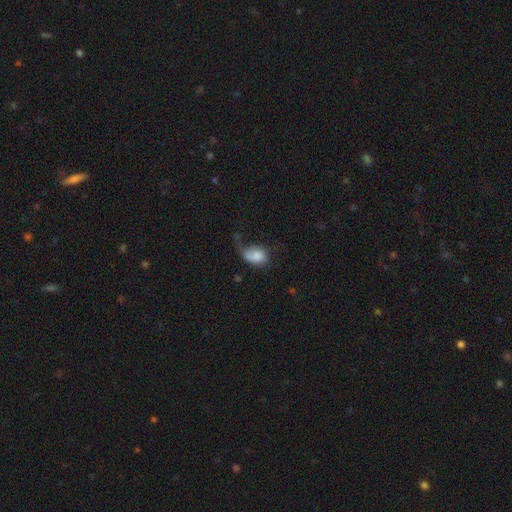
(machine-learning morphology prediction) A smooth galaxy with no disk features (68%) that is in between round and cigar-shaped (72%). Merging: major disturbance (47%).